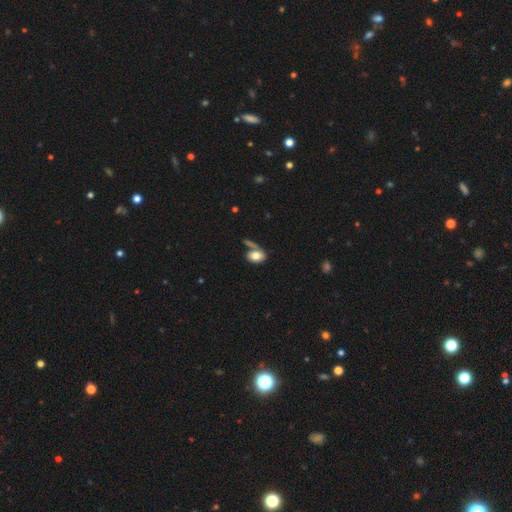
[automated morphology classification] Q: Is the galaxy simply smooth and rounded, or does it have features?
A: smooth — 76%.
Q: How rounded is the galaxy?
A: in between — 81%.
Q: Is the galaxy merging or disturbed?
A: none — 46%.